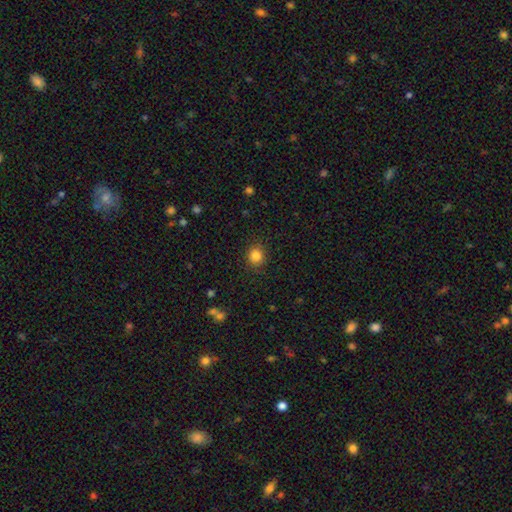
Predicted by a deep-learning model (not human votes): A smooth galaxy with no disk features (85%) that is round (88%). Merging: none (89%).